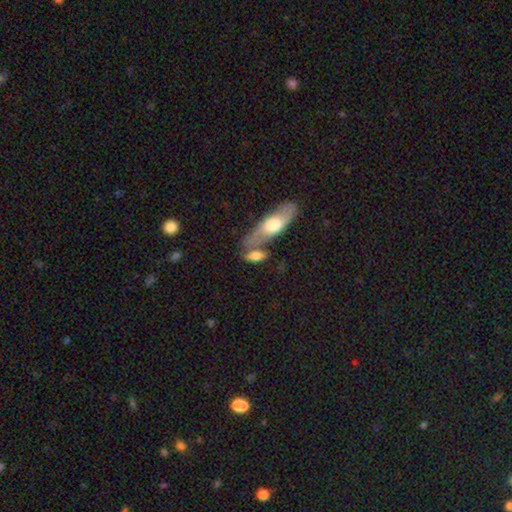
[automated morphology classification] type=smooth (66%); roundness=in between (66%); merging=none (48%).